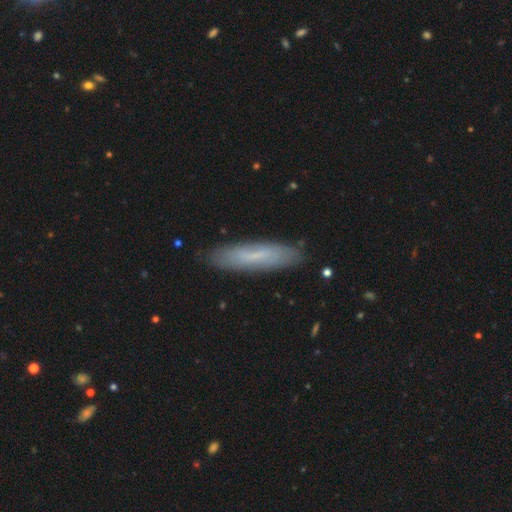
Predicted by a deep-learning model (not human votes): smooth_or_featured: smooth (p=0.59) [alt: featured or disk p=0.33]
how_rounded: cigar-shaped (p=0.78) [alt: in between p=0.20]
merging: none (p=0.84) [alt: minor disturbance p=0.12]